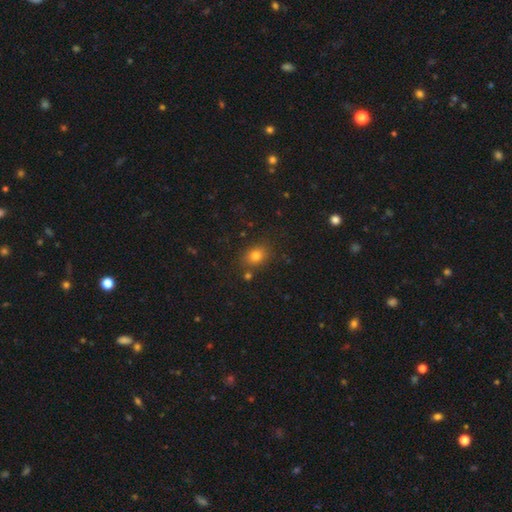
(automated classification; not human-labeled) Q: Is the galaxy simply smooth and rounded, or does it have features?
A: smooth — 78%.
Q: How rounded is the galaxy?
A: in between — 51%.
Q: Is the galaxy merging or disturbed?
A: none — 80%.